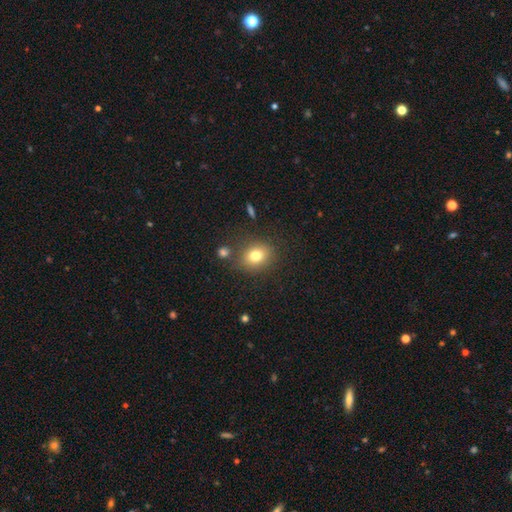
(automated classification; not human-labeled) This is likely a smooth galaxy (78%). How rounded: possibly round (59%). Merging: likely none (80%).